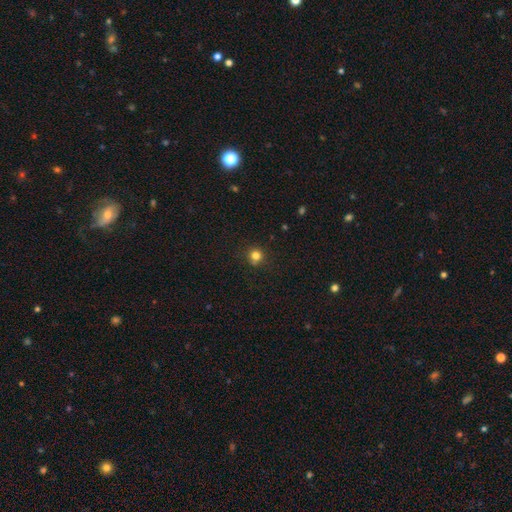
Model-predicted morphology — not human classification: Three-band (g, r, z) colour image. It shows a smooth galaxy with no disk features (81%) that is round (91%). Merging: none (86%).